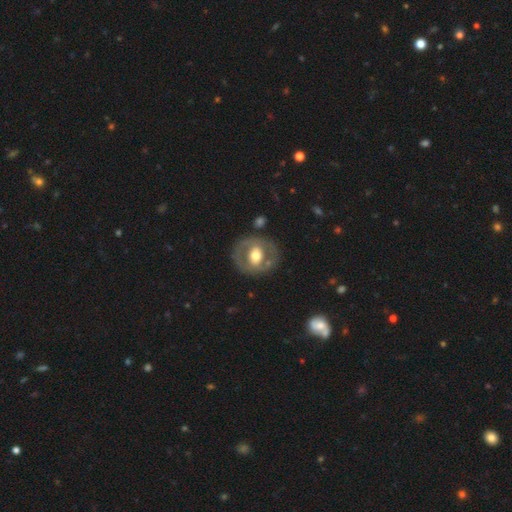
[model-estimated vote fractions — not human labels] Smooth or featured? featured or disk (58%)
Edge-on disk? no (95%)
Bar? no (52%)
Spiral arms? no (75%)
Bulge size? moderate (63%)
Merging? none (76%)